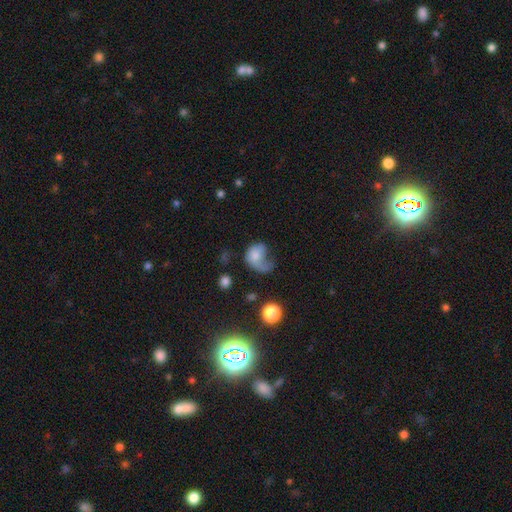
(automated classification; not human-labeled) Smooth or featured?
  - smooth: 54% *
  - featured or disk: 36%
  - star or artifact: 9%
How rounded?
  - in between: 58% *
  - round: 40%
  - cigar-shaped: 2%
Merging?
  - major disturbance: 57% *
  - none: 18%
  - minor disturbance: 17%
  - merger: 7%